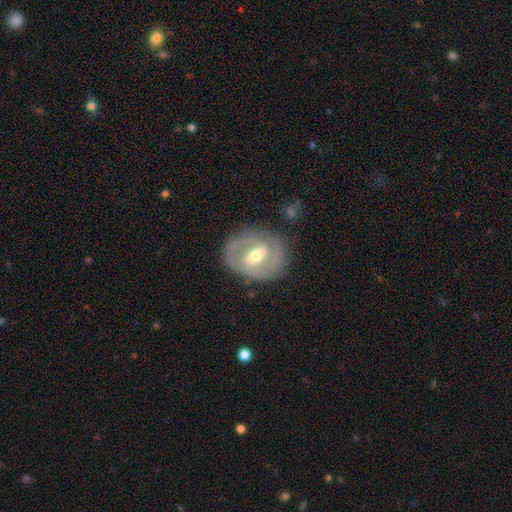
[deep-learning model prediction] Smooth or featured? featured or disk (81%)
Edge-on disk? no (96%)
Bar? weak (47%)
Spiral arms? yes (84%)
Spiral winding? tight (48%)
Spiral arm count? 2 (78%)
Bulge size? moderate (67%)
Merging? none (80%)